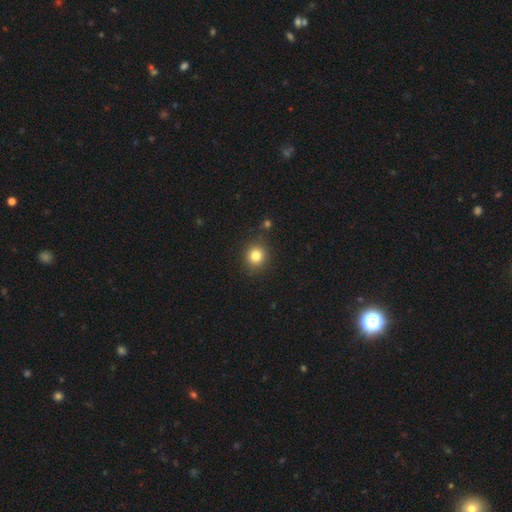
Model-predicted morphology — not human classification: Smooth or featured: smooth — 82% (star or artifact — 12%)
How rounded: round — 86% (in between — 13%)
Merging: none — 86% (minor disturbance — 9%)